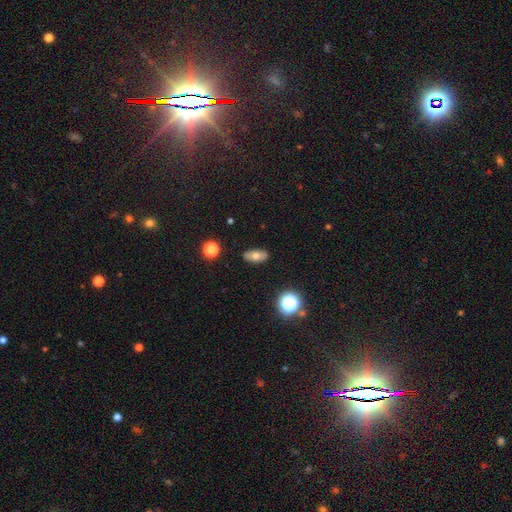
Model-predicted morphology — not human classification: Smooth or featured: smooth — 65% (featured or disk — 24%)
How rounded: in between — 84% (round — 8%)
Merging: none — 87% (minor disturbance — 9%)